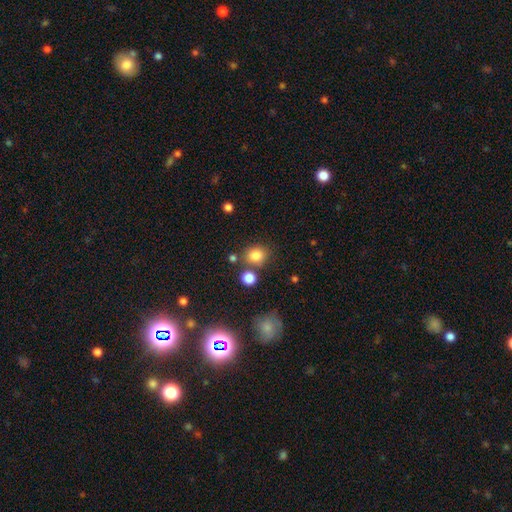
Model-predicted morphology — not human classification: smooth_or_featured: smooth (p=0.81) [alt: star or artifact p=0.13]
how_rounded: round (p=0.73) [alt: in between p=0.26]
merging: none (p=0.73) [alt: merger p=0.12]